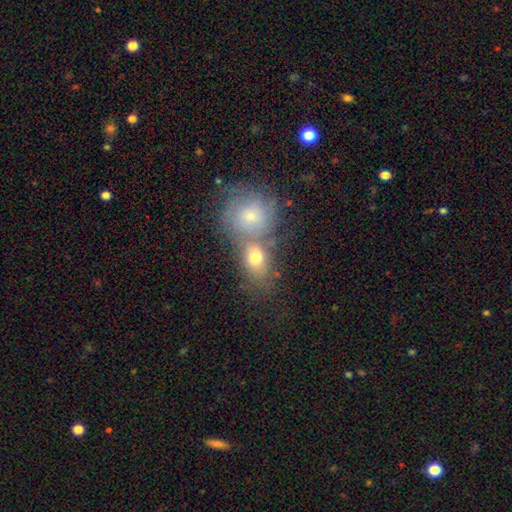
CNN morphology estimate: Smooth or featured?
  - smooth: 63% *
  - featured or disk: 28%
  - star or artifact: 10%
How rounded?
  - in between: 57% *
  - round: 40%
  - cigar-shaped: 3%
Merging?
  - merger: 51% *
  - none: 36%
  - minor disturbance: 9%
  - major disturbance: 4%